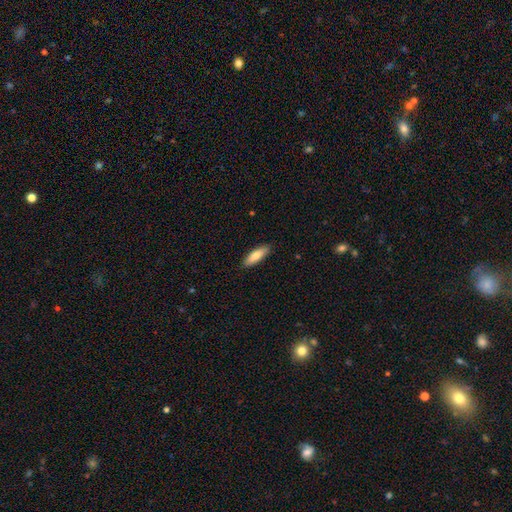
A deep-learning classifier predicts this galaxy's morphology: smooth 79%, featured or disk 15%, star or artifact 6%. Down the decision tree: how rounded — cigar-shaped (50%); merging — none (89%).